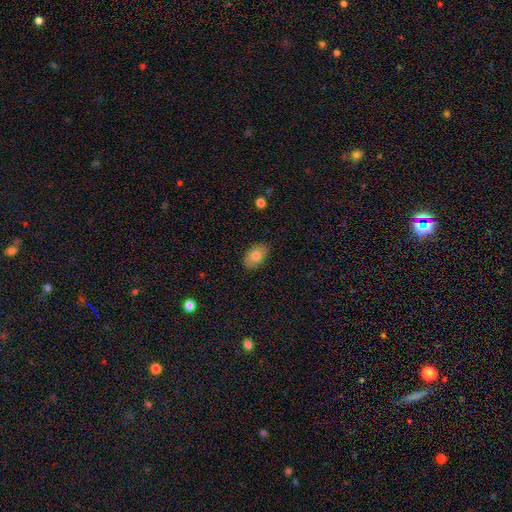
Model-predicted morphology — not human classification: This is likely a smooth galaxy (76%). How rounded: clearly in between (89%). Merging: clearly none (85%).